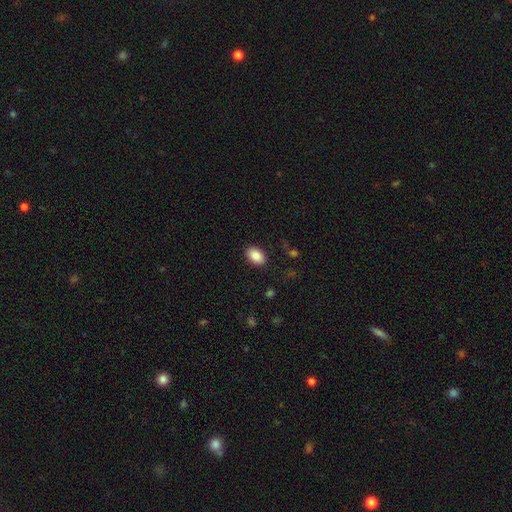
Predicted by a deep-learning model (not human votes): This is clearly a smooth galaxy (87%). How rounded: clearly in between (90%). Merging: clearly none (88%).